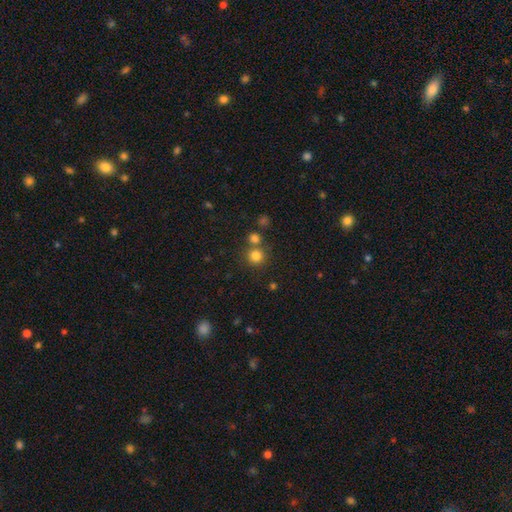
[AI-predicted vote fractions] Q: Smooth or featured?
A: smooth (80%); runner-up: star or artifact (14%)
Q: How rounded?
A: round (92%); runner-up: in between (7%)
Q: Merging?
A: none (70%); runner-up: merger (20%)